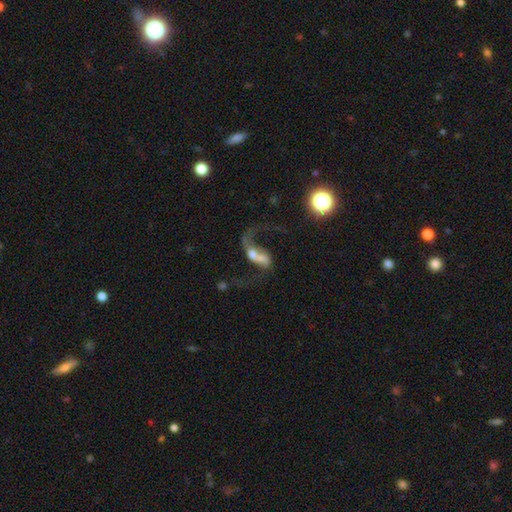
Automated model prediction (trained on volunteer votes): Q: Smooth or featured?
A: featured or disk (66%); runner-up: smooth (23%)
Q: Edge-on disk?
A: no (94%); runner-up: yes (6%)
Q: Bar?
A: no (57%); runner-up: weak (28%)
Q: Spiral arms?
A: yes (71%); runner-up: no (29%)
Q: Bulge size?
A: moderate (40%); runner-up: small (24%)
Q: Merging?
A: merger (44%); runner-up: major disturbance (28%)